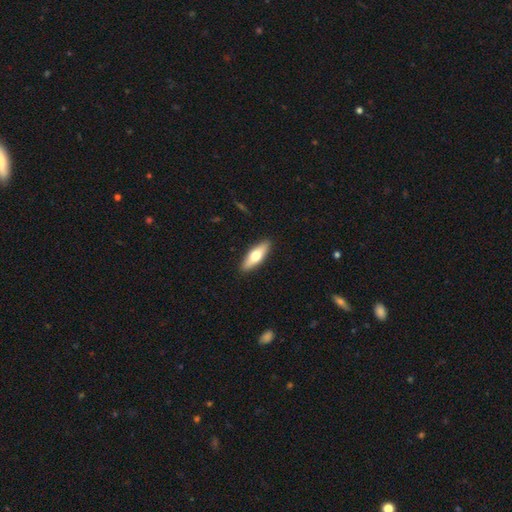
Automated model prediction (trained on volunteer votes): Overall: smooth (58%; featured or disk 37%). How rounded: in between (50%; cigar-shaped 47%). Merging: none (91%).